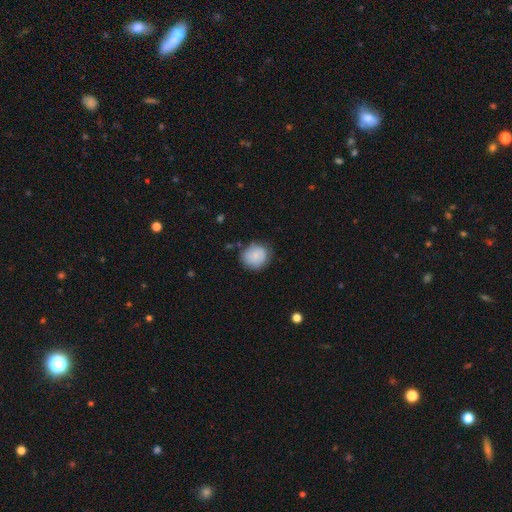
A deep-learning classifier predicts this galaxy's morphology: Smooth or featured: smooth — 78% (featured or disk — 15%)
How rounded: round — 85% (in between — 14%)
Merging: none — 74% (minor disturbance — 19%)